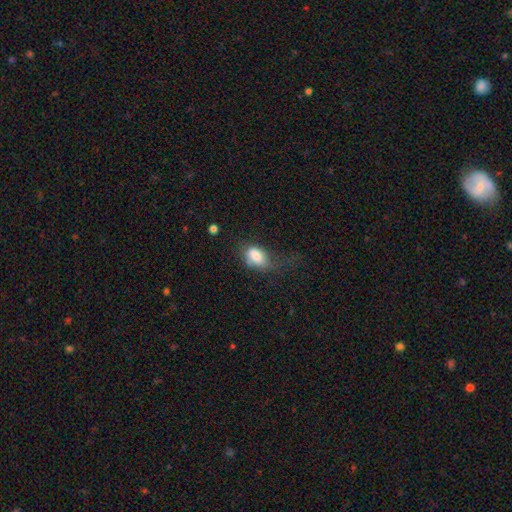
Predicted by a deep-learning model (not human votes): The model was most divided on "merging": major disturbance: 35%, none: 30%, minor disturbance: 29%, merger: 6%. More confident: how rounded — in between (86%); smooth or featured — smooth (78%).